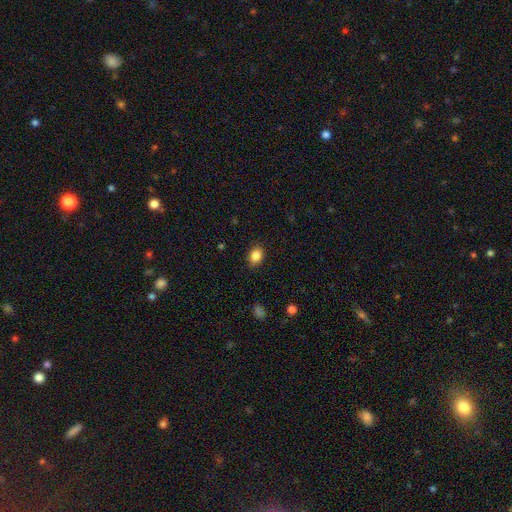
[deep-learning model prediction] smooth-or-featured: smooth: 87% | star or artifact: 9% | featured or disk: 4%
  how-rounded: in between: 59% | round: 40% | cigar-shaped: 1%
  merging: none: 86% | minor disturbance: 10% | major disturbance: 2% | merger: 1%